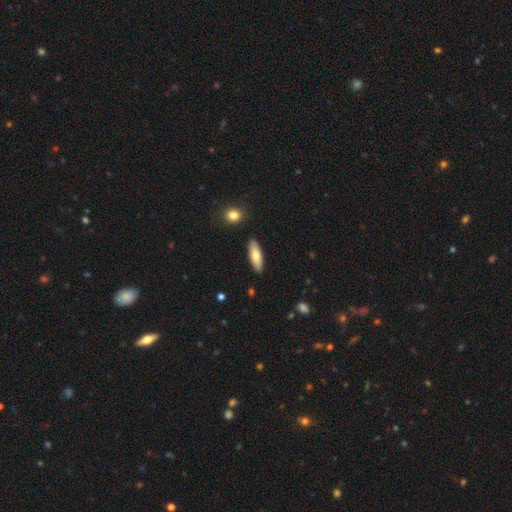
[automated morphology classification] Q: Smooth or featured?
A: smooth (74%); runner-up: featured or disk (20%)
Q: How rounded?
A: in between (52%); runner-up: cigar-shaped (46%)
Q: Merging?
A: none (88%); runner-up: minor disturbance (8%)